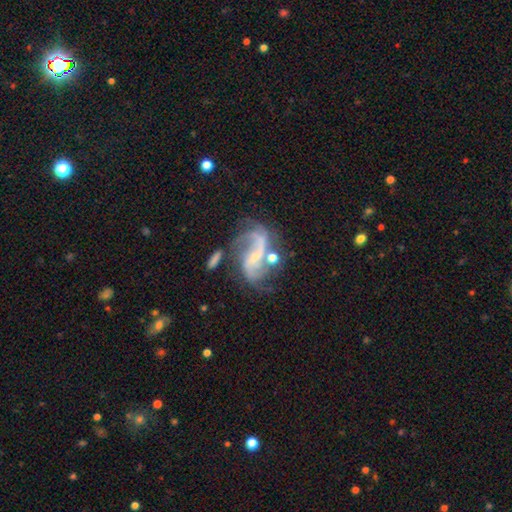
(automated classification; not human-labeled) Overall: featured or disk (85%). Edge-on disk: no (97%). Bar: weak (39%; no 34%). Spiral arms: yes (94%). Spiral arm count: 2 (77%). Spiral winding: loose (56%; medium 34%). Bulge size: small (73%). Merging: none (45%; minor disturbance 19%).